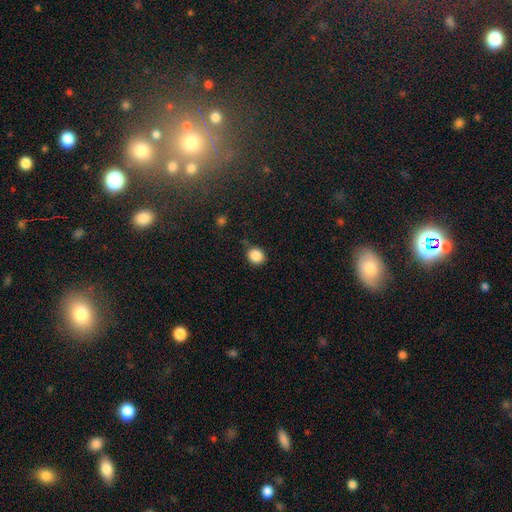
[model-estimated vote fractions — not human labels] The model was most divided on "how rounded": round: 79%, in between: 20%, cigar-shaped: 1%. More confident: smooth or featured — smooth (87%); merging — none (79%).